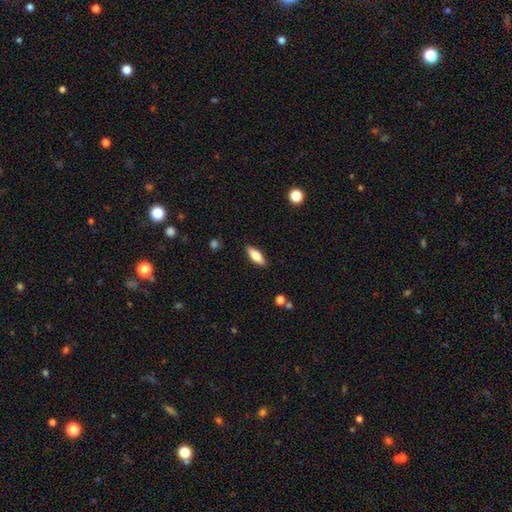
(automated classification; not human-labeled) This is likely a smooth galaxy (73%). How rounded: likely in between (70%). Merging: clearly none (88%).